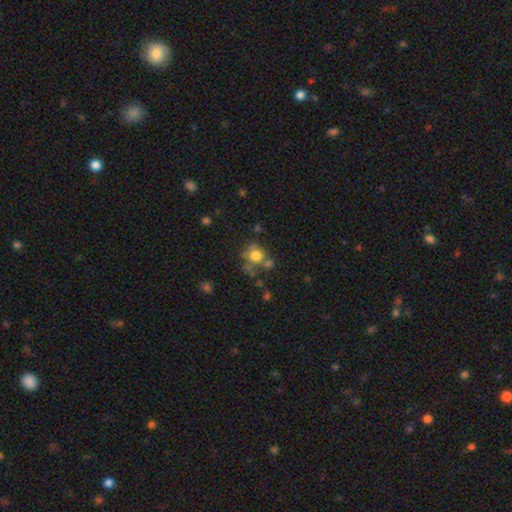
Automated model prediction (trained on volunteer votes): Smooth or featured: smooth — 72% (featured or disk — 15%)
How rounded: round — 79% (in between — 20%)
Merging: none — 51% (merger — 22%)